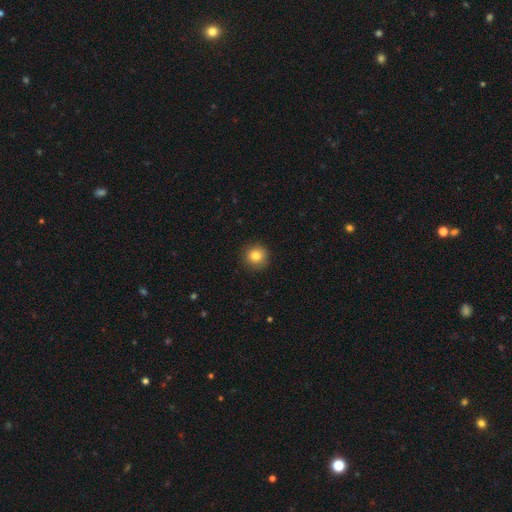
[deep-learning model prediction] smooth 82%, star or artifact 11%, featured or disk 7%. Down the decision tree: how rounded — round (94%); merging — none (91%).